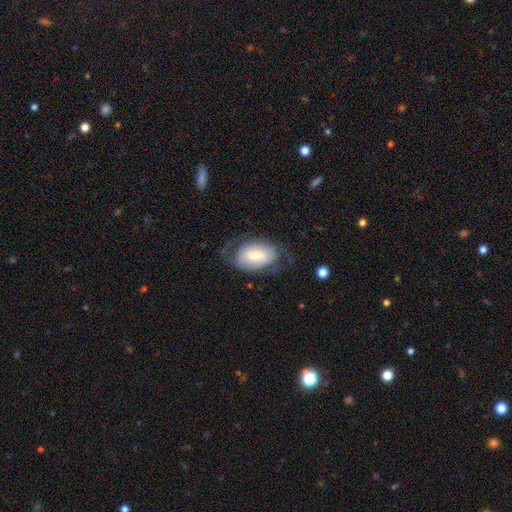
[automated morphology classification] smooth 48%, featured or disk 45%, star or artifact 7%. Down the decision tree: merging — none (54%).